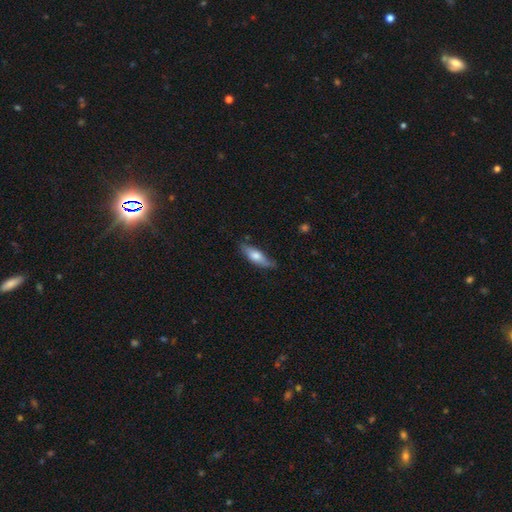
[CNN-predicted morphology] Overall: smooth (64%; featured or disk 30%). How rounded: cigar-shaped (49%, tied with in between). Merging: none (73%).